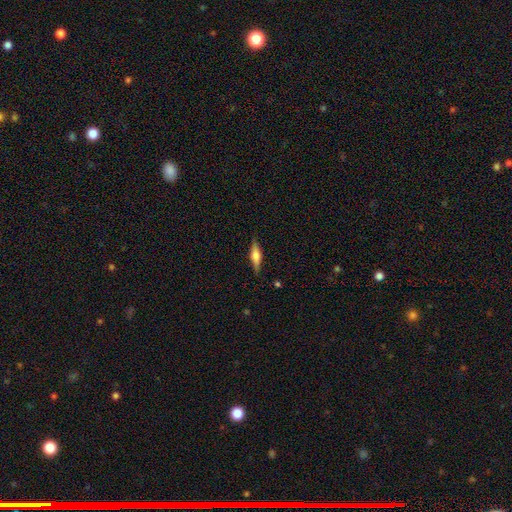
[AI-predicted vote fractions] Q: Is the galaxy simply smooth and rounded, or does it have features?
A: featured or disk — 51%.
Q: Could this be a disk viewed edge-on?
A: yes — 95%.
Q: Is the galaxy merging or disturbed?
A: none — 87%.